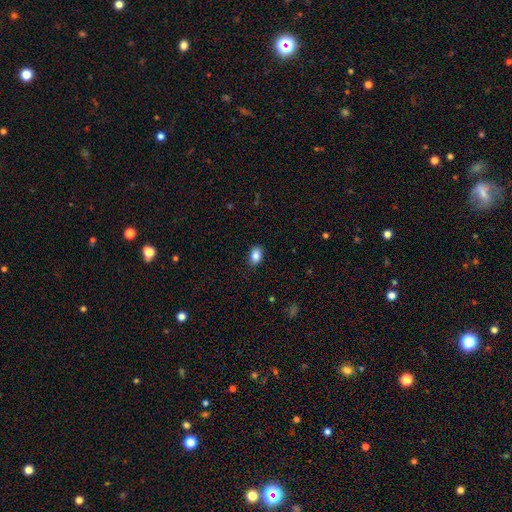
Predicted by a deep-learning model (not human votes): smooth_or_featured: smooth (p=0.86) [alt: star or artifact p=0.08]
how_rounded: in between (p=0.81) [alt: round p=0.17]
merging: none (p=0.87) [alt: minor disturbance p=0.09]